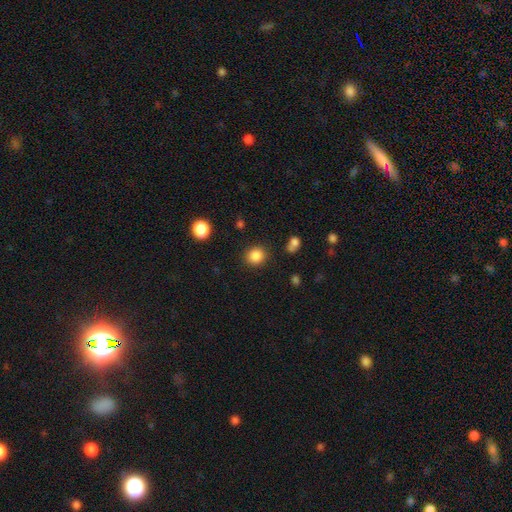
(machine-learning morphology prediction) smooth-or-featured: smooth: 86% | star or artifact: 10% | featured or disk: 4%
  how-rounded: round: 83% | in between: 16% | cigar-shaped: 1%
  merging: none: 85% | minor disturbance: 9% | major disturbance: 3% | merger: 3%